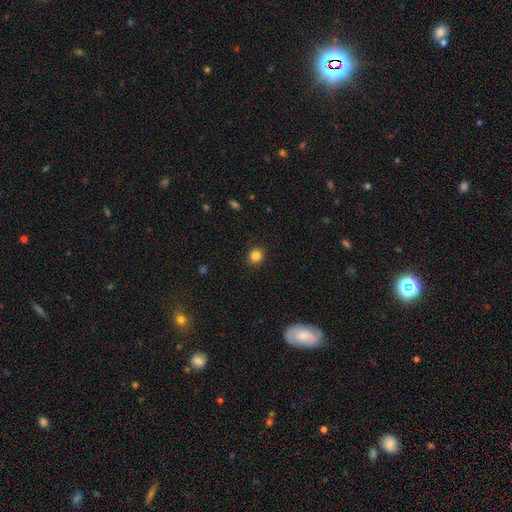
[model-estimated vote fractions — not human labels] smooth_or_featured: smooth (p=0.85) [alt: star or artifact p=0.11]
how_rounded: round (p=0.90) [alt: in between p=0.09]
merging: none (p=0.91) [alt: minor disturbance p=0.06]